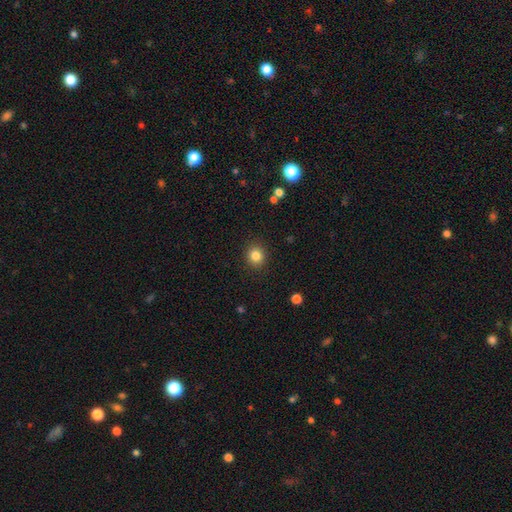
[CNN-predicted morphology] This is clearly a smooth galaxy (83%). How rounded: clearly round (85%). Merging: clearly none (90%).